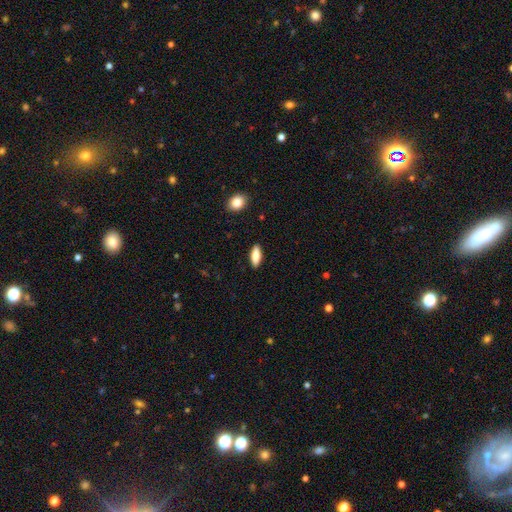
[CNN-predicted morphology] This is clearly a smooth galaxy (81%). How rounded: likely in between (68%). Merging: clearly none (89%).